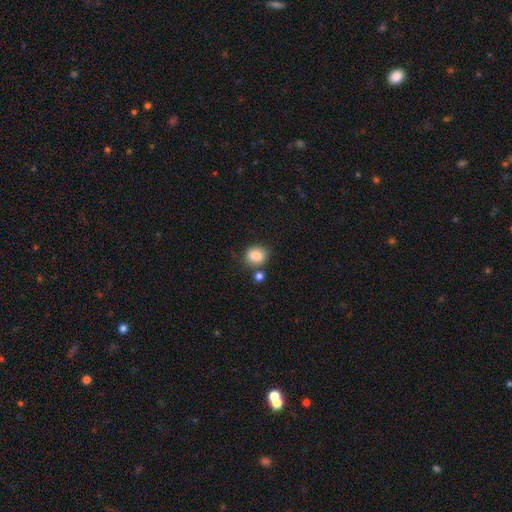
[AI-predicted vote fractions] This is clearly a smooth galaxy (86%). How rounded: likely round (67%). Merging: likely none (72%).